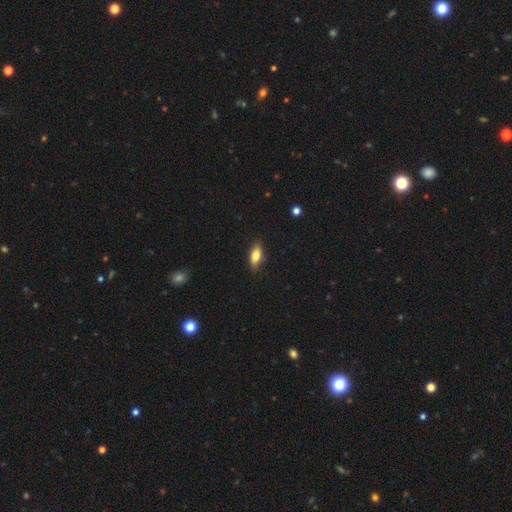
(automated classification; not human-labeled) Q: Smooth or featured?
A: smooth (78%); runner-up: featured or disk (15%)
Q: How rounded?
A: in between (78%); runner-up: cigar-shaped (18%)
Q: Merging?
A: none (84%); runner-up: minor disturbance (13%)